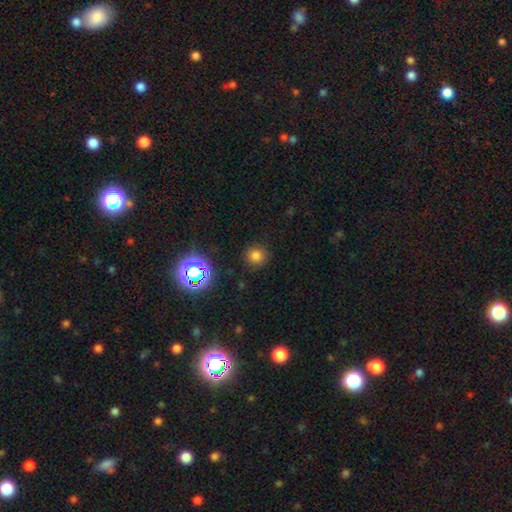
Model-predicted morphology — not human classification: smooth-or-featured: smooth: 73% | star or artifact: 21% | featured or disk: 6%
  how-rounded: round: 92% | in between: 7% | cigar-shaped: 1%
  merging: none: 86% | minor disturbance: 9% | major disturbance: 3% | merger: 2%